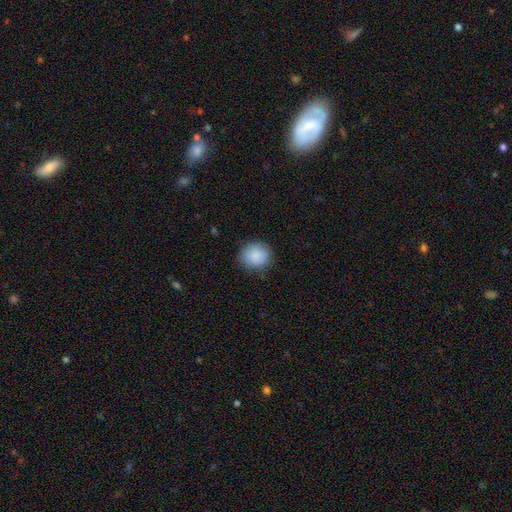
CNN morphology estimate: smooth_or_featured: smooth (p=0.89) [alt: star or artifact p=0.07]
how_rounded: round (p=0.85) [alt: in between p=0.14]
merging: none (p=0.86) [alt: minor disturbance p=0.10]